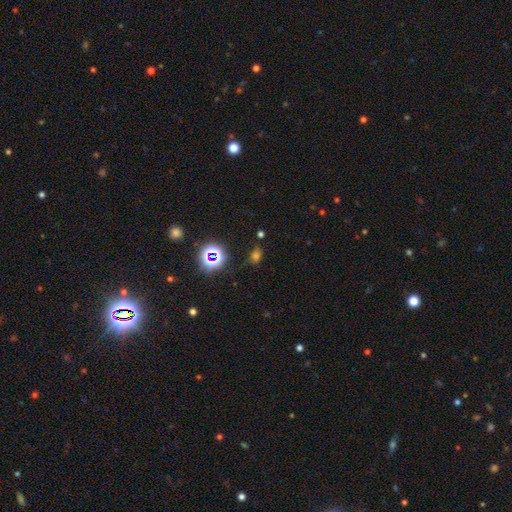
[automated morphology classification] type=smooth (51%); roundness=in between (59%); merging=none (75%).